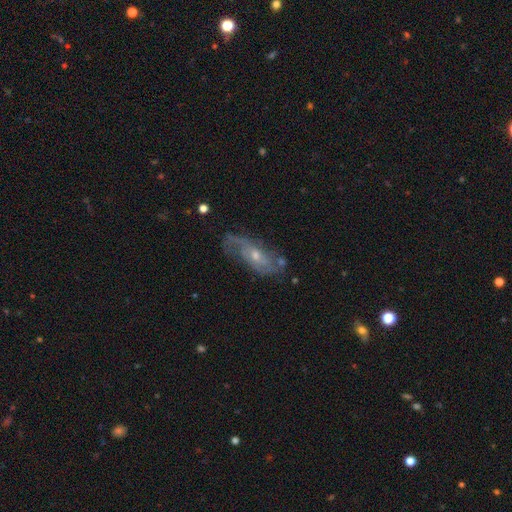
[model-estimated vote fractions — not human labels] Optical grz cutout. It shows a featured or disk galaxy (76%) with no bar (63%), 2 (60%) medium (41%) spiral arms (86%) and a small central bulge (51%). Merging: none (59%).